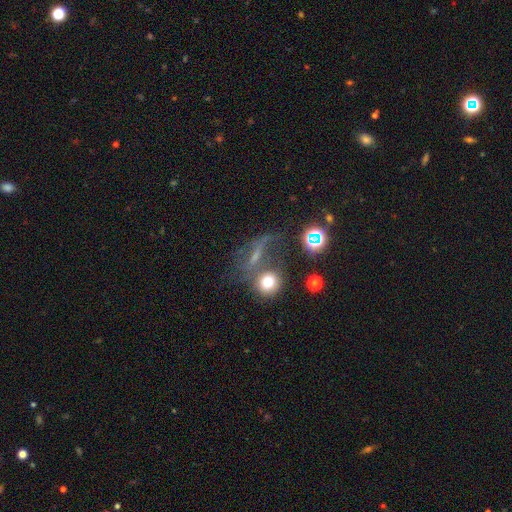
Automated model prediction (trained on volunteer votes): smooth-or-featured: smooth: 38% | featured or disk: 33% | star or artifact: 29%
  merging: none: 41% | merger: 21% | major disturbance: 21% | minor disturbance: 16%